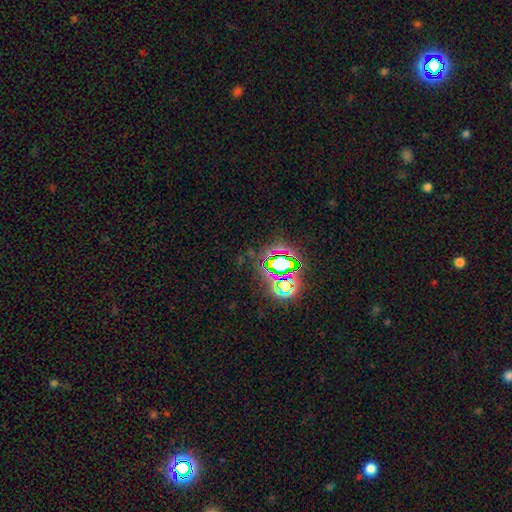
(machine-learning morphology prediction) Q: Smooth or featured?
A: star or artifact (77%); runner-up: smooth (13%)